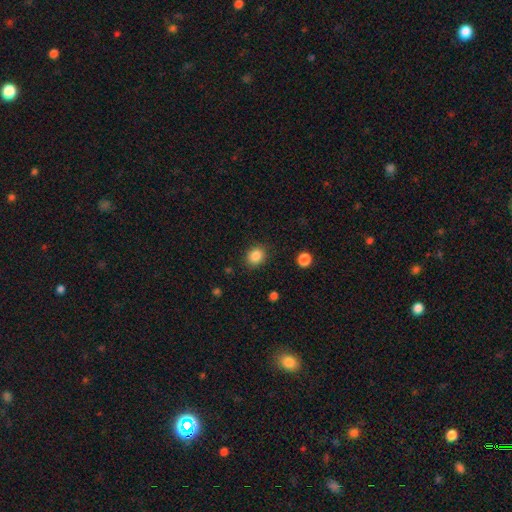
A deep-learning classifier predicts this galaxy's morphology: A smooth galaxy with no disk features (87%) that is round (66%). Merging: none (86%).